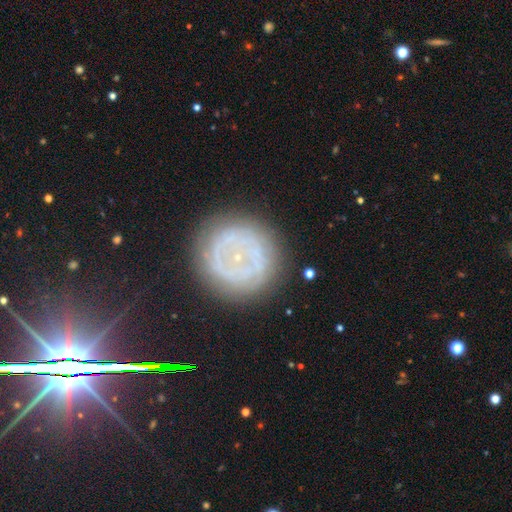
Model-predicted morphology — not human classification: type=featured or disk (62%); edge-on=no (97%); bar=no (77%); spiral arms=yes (53%); bulge=small (63%); merging=none (75%).